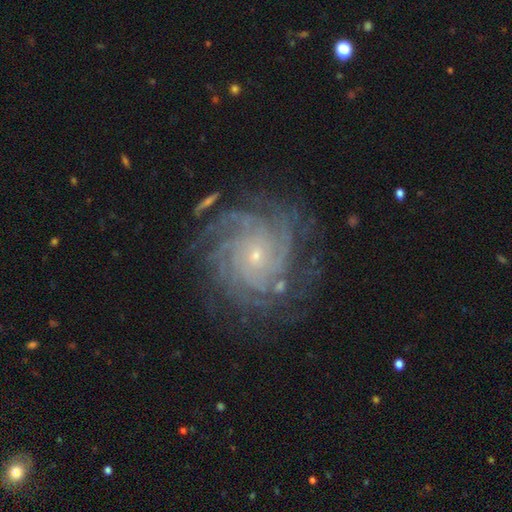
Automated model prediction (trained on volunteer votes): This is clearly a featured or disk galaxy (89%). It is clearly not viewed edge-on (98%). Bar: likely no (78%). Spiral arm pattern: clearly yes (98%). Spiral arm count: marginally more than 4 (34%). Spiral winding: likely tight (76%). Central bulge: clearly small (84%). Merging: likely none (78%).